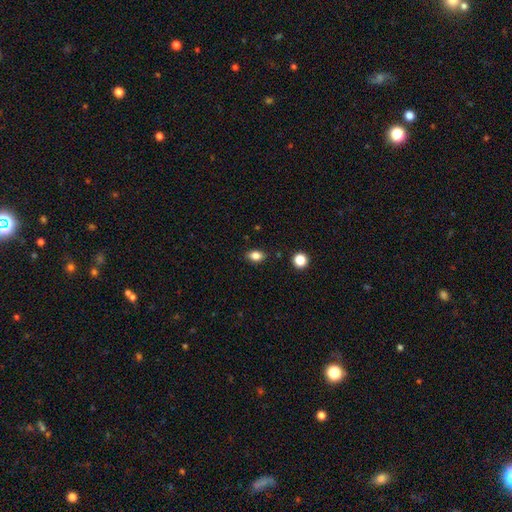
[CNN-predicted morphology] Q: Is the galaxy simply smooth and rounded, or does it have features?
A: smooth — 82%.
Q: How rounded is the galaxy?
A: in between — 81%.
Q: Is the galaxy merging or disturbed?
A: none — 85%.